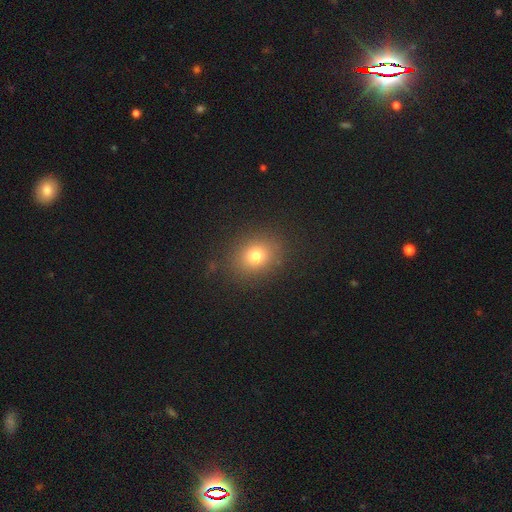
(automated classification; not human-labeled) Smooth or featured? smooth (76%)
How rounded? round (58%)
Merging? none (86%)